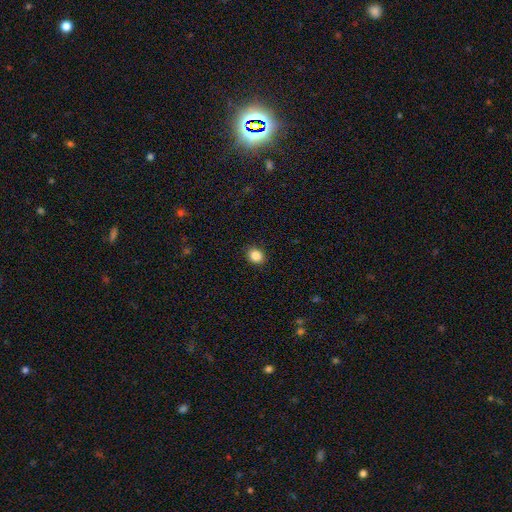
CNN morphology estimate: Smooth or featured: smooth — 87% (star or artifact — 10%)
How rounded: round — 65% (in between — 34%)
Merging: none — 90% (minor disturbance — 7%)